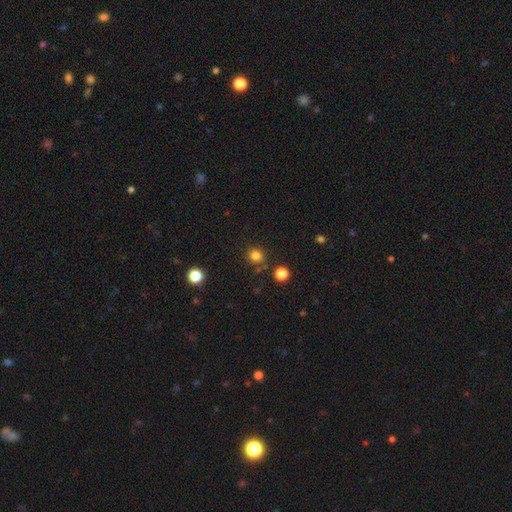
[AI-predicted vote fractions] smooth-or-featured: smooth: 81% | star or artifact: 14% | featured or disk: 4%
  how-rounded: round: 88% | in between: 11% | cigar-shaped: 1%
  merging: none: 84% | minor disturbance: 8% | merger: 5% | major disturbance: 3%